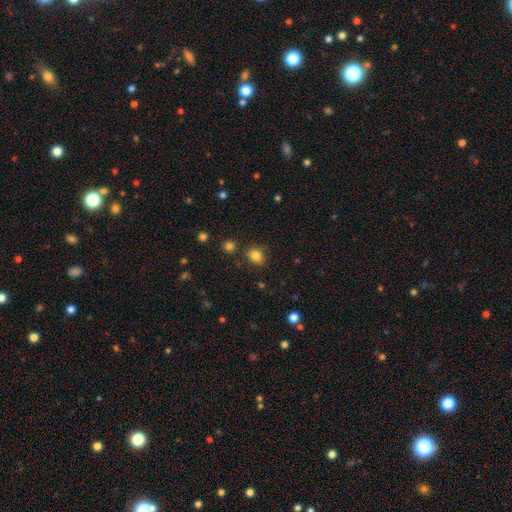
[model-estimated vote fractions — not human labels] Overall: smooth (82%). How rounded: in between (50%; round 49%). Merging: none (81%).